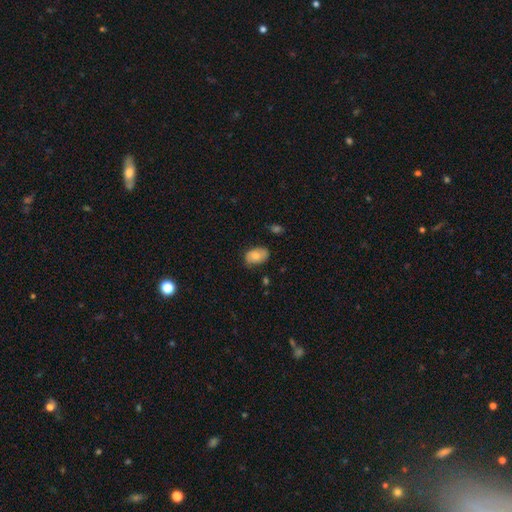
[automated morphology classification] Smooth or featured?
  - smooth: 77% *
  - featured or disk: 15%
  - star or artifact: 7%
How rounded?
  - in between: 87% *
  - round: 12%
  - cigar-shaped: 1%
Merging?
  - none: 72% *
  - minor disturbance: 22%
  - major disturbance: 4%
  - merger: 2%